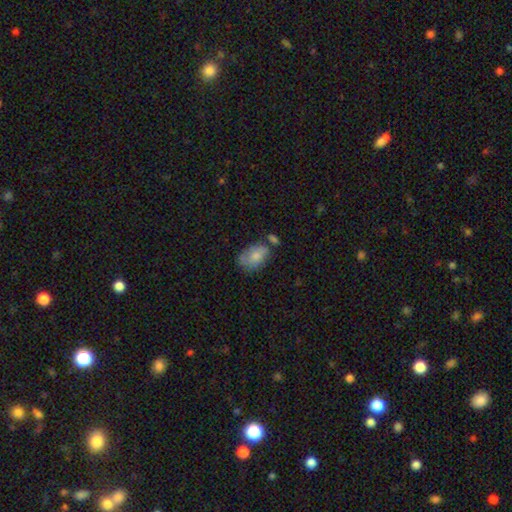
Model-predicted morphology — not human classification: smooth 76%, featured or disk 17%, star or artifact 7%. Down the decision tree: how rounded — in between (87%); merging — none (44%).